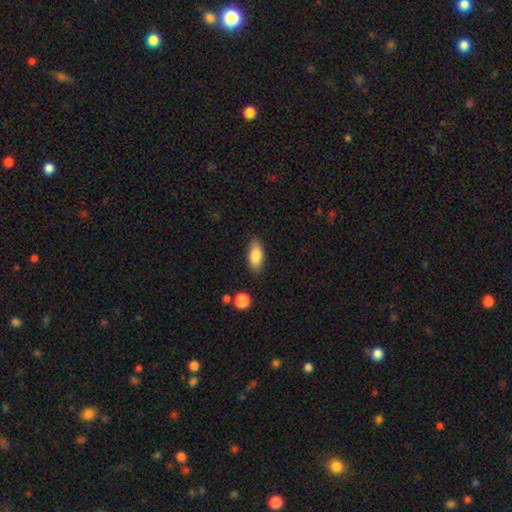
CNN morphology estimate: smooth-or-featured: smooth: 84% | featured or disk: 9% | star or artifact: 7%
  how-rounded: in between: 86% | cigar-shaped: 11% | round: 3%
  merging: none: 83% | minor disturbance: 13% | major disturbance: 3% | merger: 2%